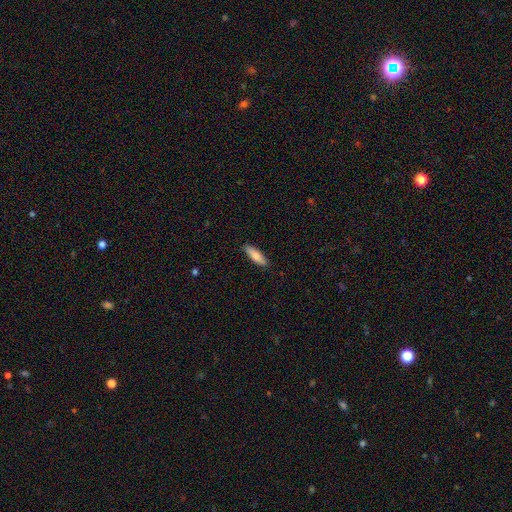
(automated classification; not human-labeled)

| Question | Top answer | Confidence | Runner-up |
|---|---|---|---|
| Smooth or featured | smooth | 81% | featured or disk (14%) |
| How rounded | cigar-shaped | 58% | in between (40%) |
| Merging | none | 88% | minor disturbance (9%) |